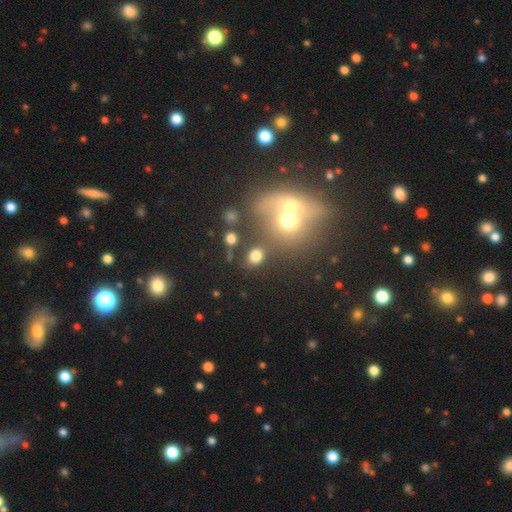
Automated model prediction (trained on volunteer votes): smooth_or_featured: smooth (p=0.74) [alt: star or artifact p=0.17]
how_rounded: round (p=0.55) [alt: in between p=0.43]
merging: none (p=0.63) [alt: merger p=0.20]